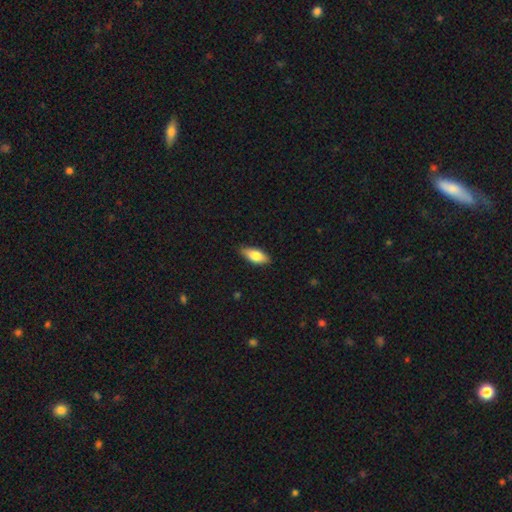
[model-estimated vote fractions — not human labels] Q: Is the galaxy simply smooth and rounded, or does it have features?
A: smooth — 80%.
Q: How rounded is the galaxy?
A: in between — 83%.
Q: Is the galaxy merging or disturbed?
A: none — 86%.